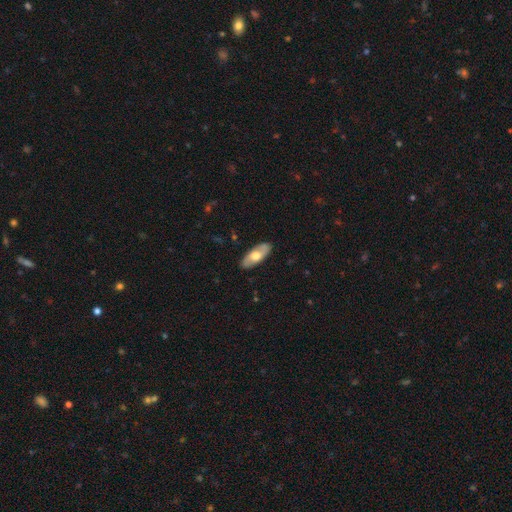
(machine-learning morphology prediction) smooth 49%, featured or disk 46%, star or artifact 5%. Down the decision tree: merging — none (87%).